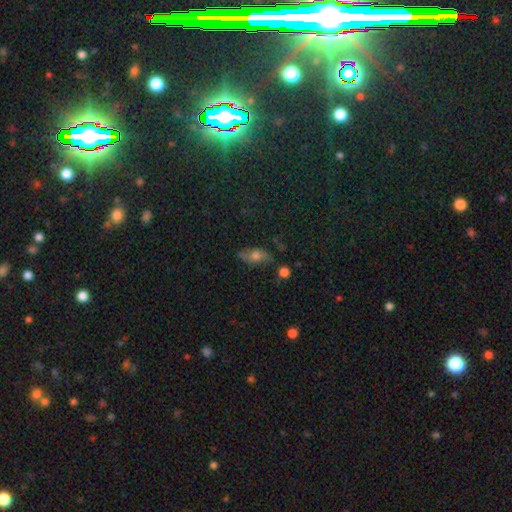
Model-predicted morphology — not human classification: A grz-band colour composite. It shows a smooth galaxy with no disk features (58%) that is in between round and cigar-shaped (81%). Merging: none (72%).